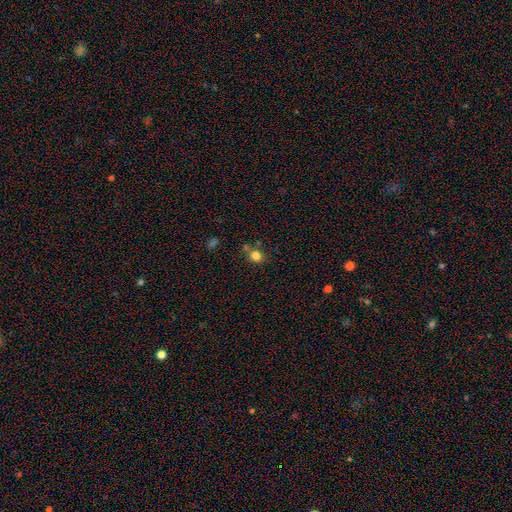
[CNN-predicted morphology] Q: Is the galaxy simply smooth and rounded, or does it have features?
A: smooth — 81%.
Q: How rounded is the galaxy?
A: round — 78%.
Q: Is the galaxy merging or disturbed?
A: none — 64%.